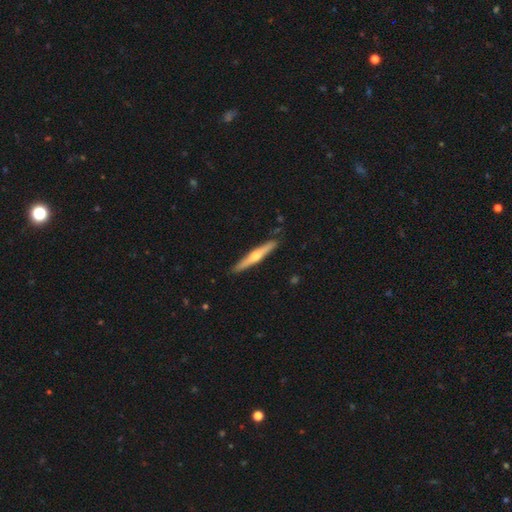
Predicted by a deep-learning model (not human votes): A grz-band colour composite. It shows a featured or disk galaxy (60%) viewed edge-on (96%) with a rounded central bulge (89%). Merging: none (89%).